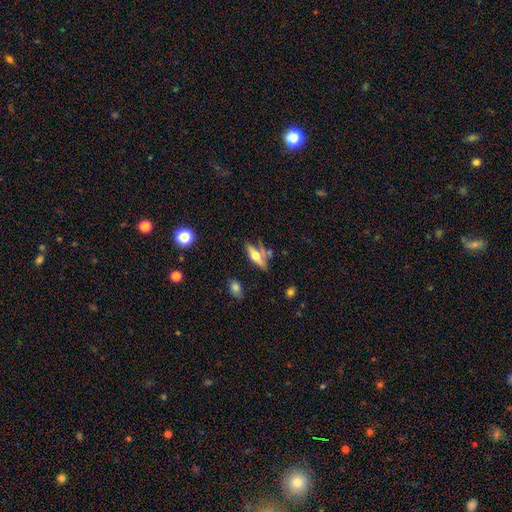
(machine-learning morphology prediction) This appears to be a featured or disk galaxy (47%). Merging: none (55%).